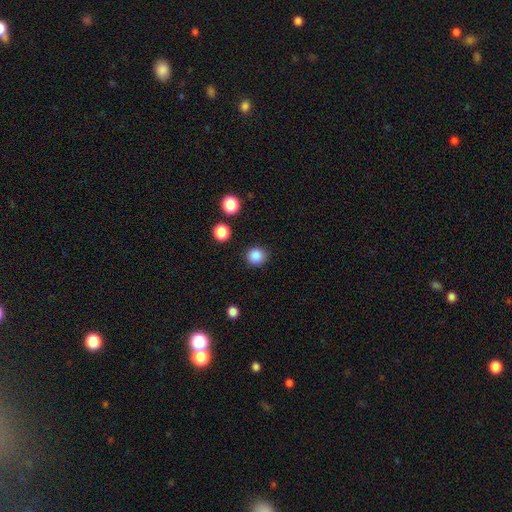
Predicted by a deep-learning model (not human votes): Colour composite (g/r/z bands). It shows a smooth galaxy with no disk features (87%) that is round (89%). Merging: none (88%).